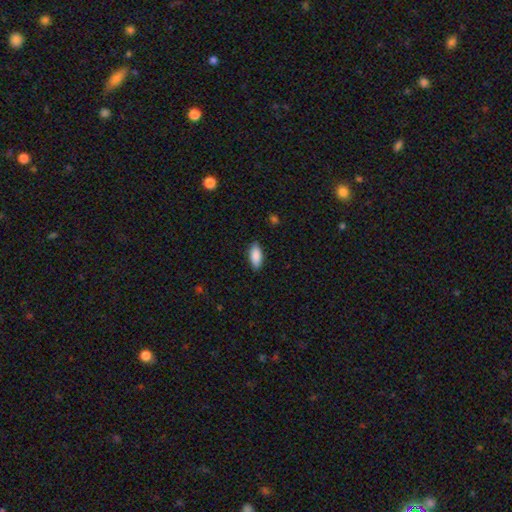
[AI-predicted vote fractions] Q: Smooth or featured?
A: smooth (88%); runner-up: featured or disk (6%)
Q: How rounded?
A: in between (84%); runner-up: cigar-shaped (14%)
Q: Merging?
A: none (87%); runner-up: minor disturbance (10%)